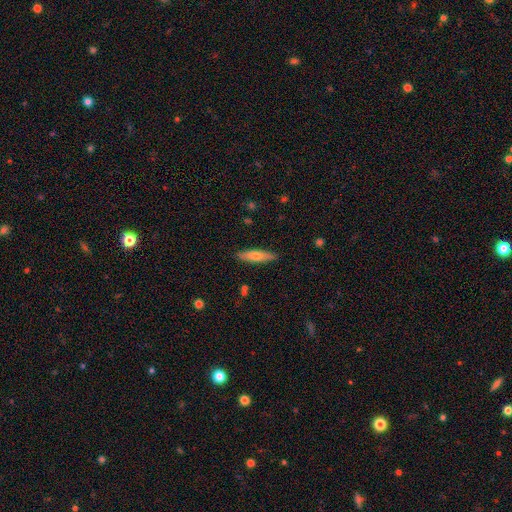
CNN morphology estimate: Q: Smooth or featured?
A: smooth (61%); runner-up: featured or disk (32%)
Q: How rounded?
A: cigar-shaped (74%); runner-up: in between (24%)
Q: Merging?
A: none (88%); runner-up: minor disturbance (9%)